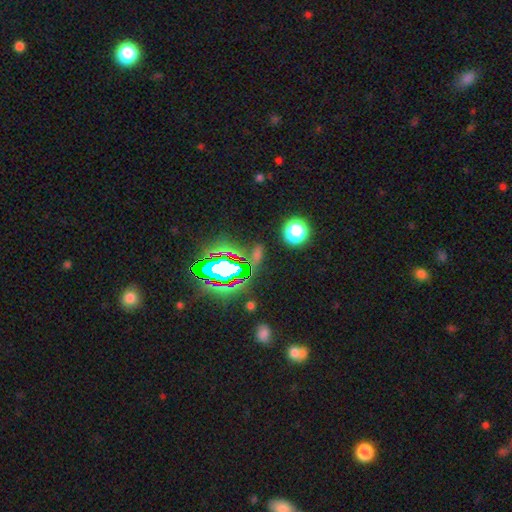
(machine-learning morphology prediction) Smooth or featured? star or artifact (61%)